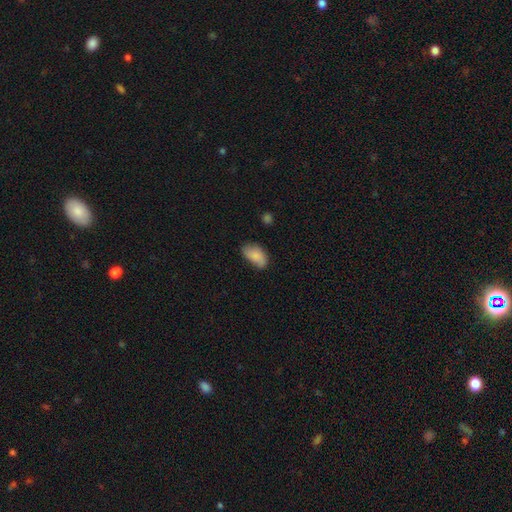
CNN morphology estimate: Overall: smooth (84%). How rounded: in between (93%). Merging: none (58%; minor disturbance 33%).